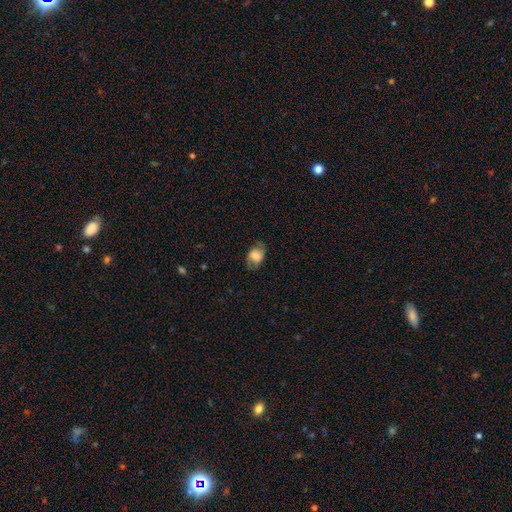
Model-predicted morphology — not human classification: Smooth or featured? smooth (72%)
How rounded? in between (72%)
Merging? none (70%)